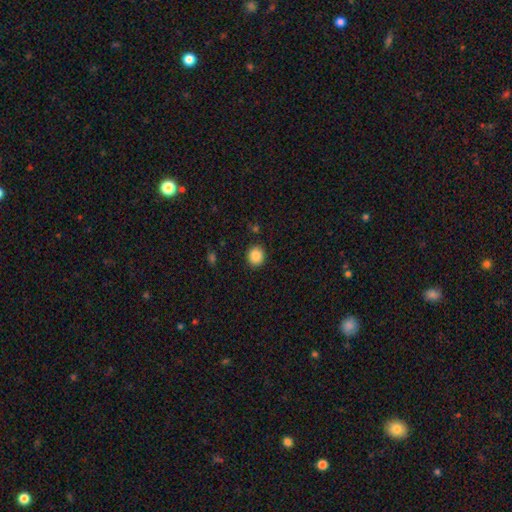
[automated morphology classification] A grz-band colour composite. It shows a smooth galaxy with no disk features (87%) that is round (82%). Merging: none (90%).